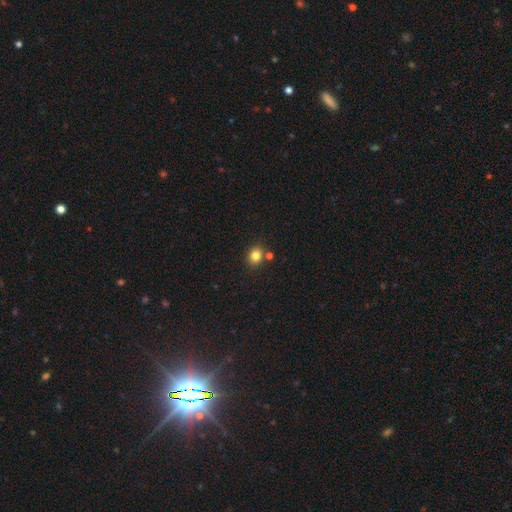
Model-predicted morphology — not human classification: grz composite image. It shows a smooth galaxy with no disk features (81%) that is round (71%). Merging: none (78%).